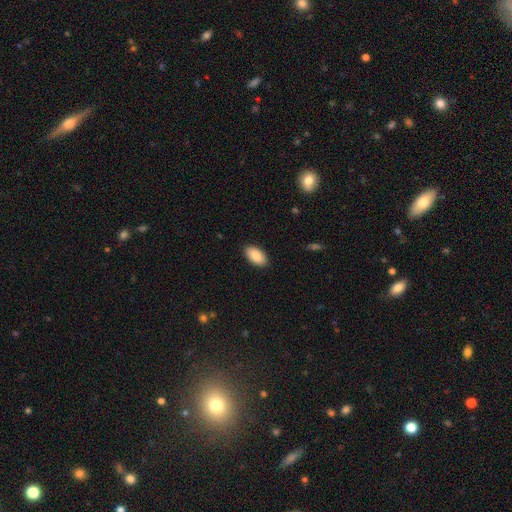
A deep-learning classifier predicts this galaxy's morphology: Q: Smooth or featured?
A: smooth (89%); runner-up: star or artifact (6%)
Q: How rounded?
A: in between (95%); runner-up: round (3%)
Q: Merging?
A: none (90%); runner-up: minor disturbance (8%)